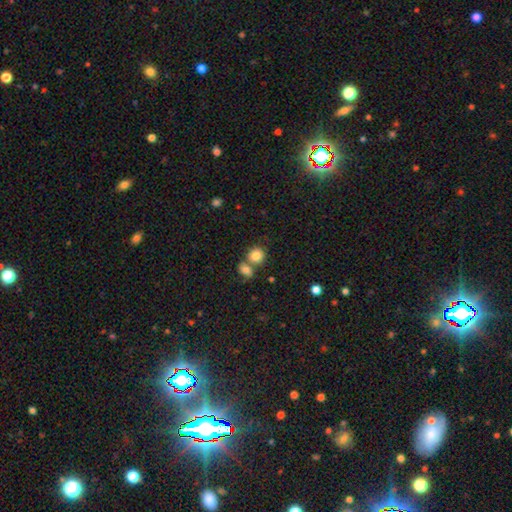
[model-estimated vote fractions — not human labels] smooth-or-featured: smooth: 83% | star or artifact: 9% | featured or disk: 8%
  how-rounded: round: 81% | in between: 18% | cigar-shaped: 1%
  merging: none: 47% | merger: 41% | minor disturbance: 8% | major disturbance: 3%